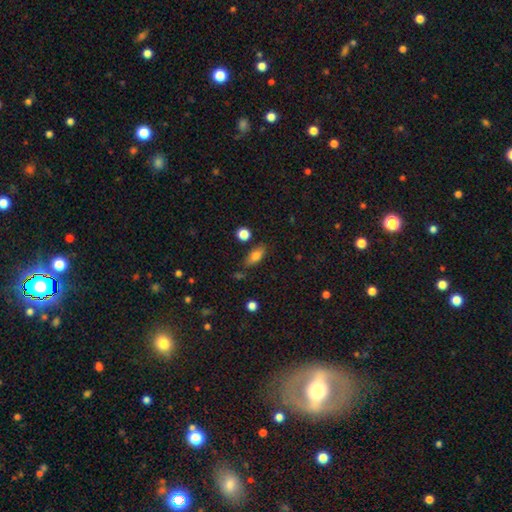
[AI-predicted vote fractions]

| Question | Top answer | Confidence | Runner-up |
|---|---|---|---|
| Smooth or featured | smooth | 76% | featured or disk (15%) |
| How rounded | in between | 79% | cigar-shaped (15%) |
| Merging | none | 75% | minor disturbance (15%) |